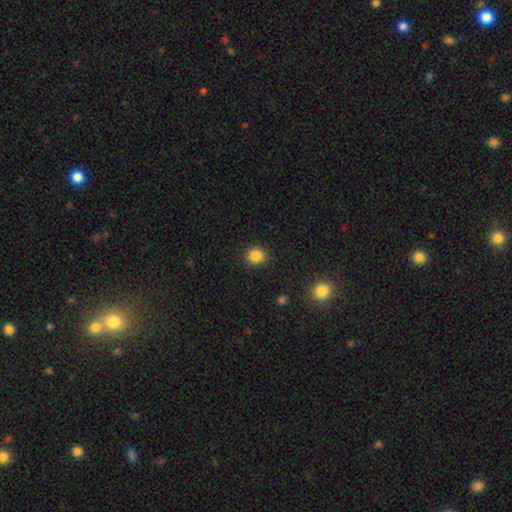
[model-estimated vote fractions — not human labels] Morphology: type=smooth (86%); roundness=round (80%); merging=none (90%).